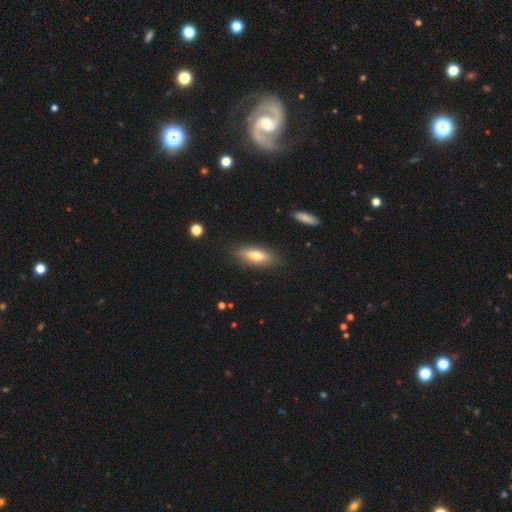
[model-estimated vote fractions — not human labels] Smooth or featured? Predicted: smooth (p=0.66). How rounded? Predicted: in between (p=0.56). Merging? Predicted: none (p=0.85).